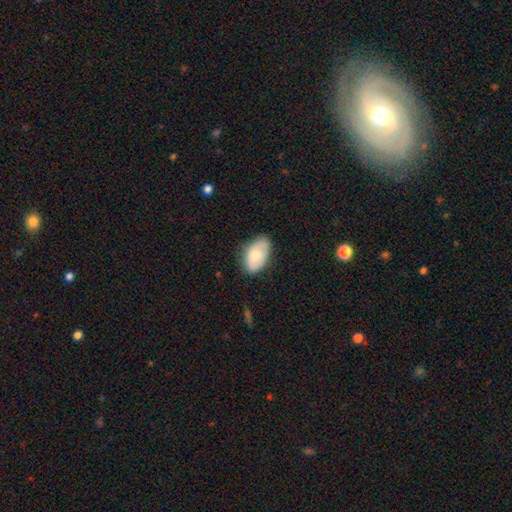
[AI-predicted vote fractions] This appears to be a smooth galaxy with no disk features (70%) that is in between round and cigar-shaped (93%). Merging: none (74%).